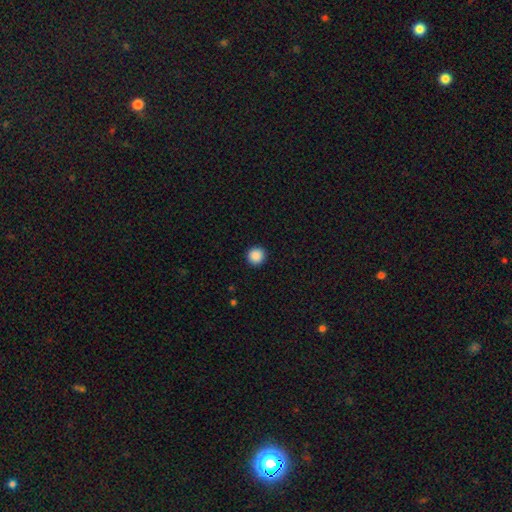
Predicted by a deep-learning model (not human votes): Smooth or featured?
  - smooth: 89% *
  - star or artifact: 9%
  - featured or disk: 2%
How rounded?
  - round: 95% *
  - in between: 4%
  - cigar-shaped: 1%
Merging?
  - none: 93% *
  - minor disturbance: 5%
  - major disturbance: 2%
  - merger: 1%